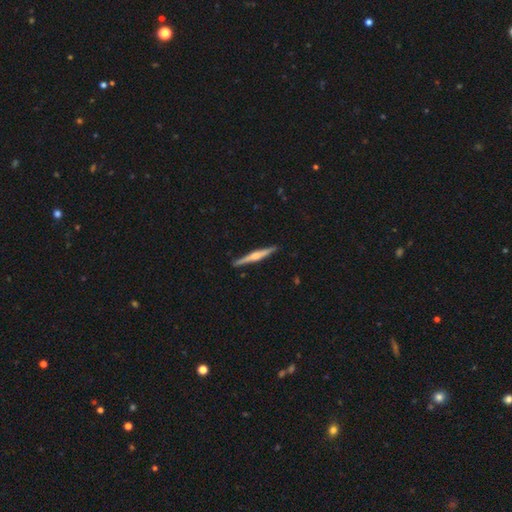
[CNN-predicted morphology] Smooth or featured: featured or disk — 66% (smooth — 28%)
Edge-on disk: yes — 98% (no — 2%)
Edge-on bulge: rounded — 72% (boxy — 17%)
Merging: none — 91% (minor disturbance — 7%)